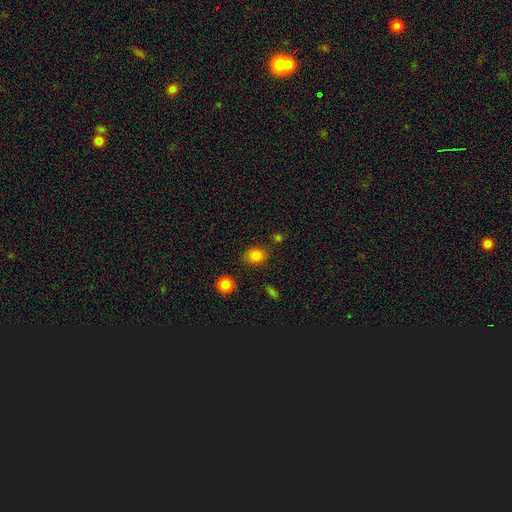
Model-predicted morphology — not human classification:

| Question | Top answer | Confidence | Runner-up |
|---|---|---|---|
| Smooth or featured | smooth | 82% | star or artifact (12%) |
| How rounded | round | 54% | in between (45%) |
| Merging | none | 82% | minor disturbance (11%) |